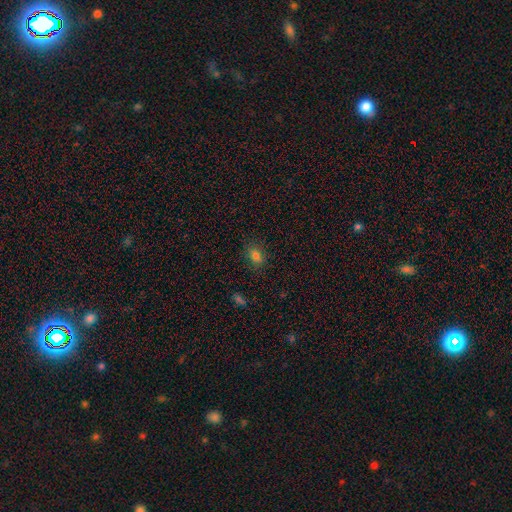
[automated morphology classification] Q: Smooth or featured?
A: smooth (77%); runner-up: star or artifact (14%)
Q: How rounded?
A: in between (65%); runner-up: round (33%)
Q: Merging?
A: none (84%); runner-up: minor disturbance (12%)